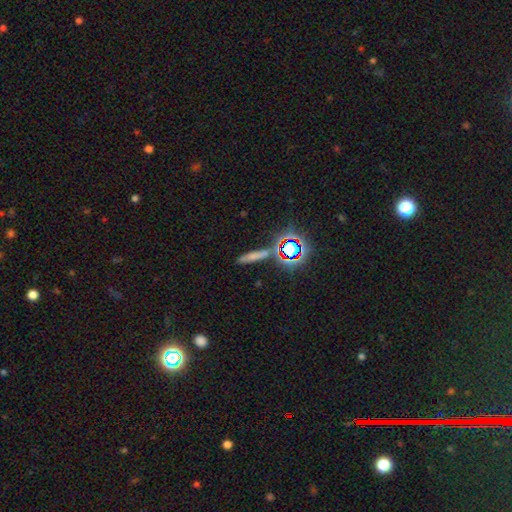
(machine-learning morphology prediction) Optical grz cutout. It shows a smooth galaxy with no disk features (56%) that is cigar-shaped (80%). Merging: none (73%).